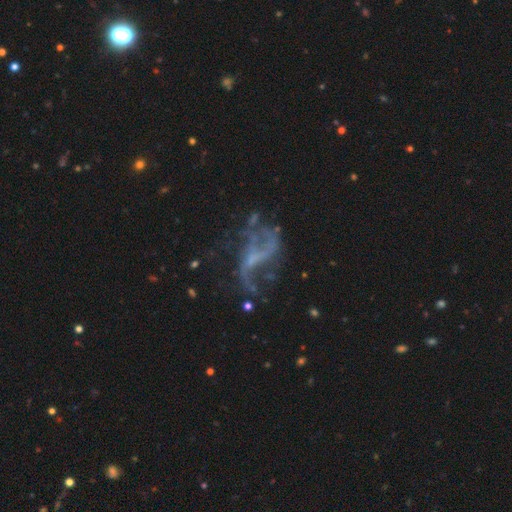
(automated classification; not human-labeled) A featured or disk galaxy (79%) with no bar (46%), 2 (63%) loose (83%) spiral arms (77%) and no central bulge (55%).

Vote fractions:
- Smooth or featured? featured or disk: 79% / star or artifact: 13% / smooth: 8%
- Edge-on disk? no: 97% / yes: 3%
- Bar? no: 46% / weak: 38% / strong: 16%
- Spiral arms? yes: 77% / no: 23%
- Spiral winding? loose: 83% / medium: 14% / tight: 4%
- Spiral arm count? 2: 63% / can't tell: 14% / 1: 9% / 3: 7% / 4: 4% / more than 4: 3%
- Bulge size? none: 55% / small: 34% / moderate: 9% / large: 1% / dominant: 1%
- Merging? none: 44% / major disturbance: 31% / minor disturbance: 16% / merger: 8%